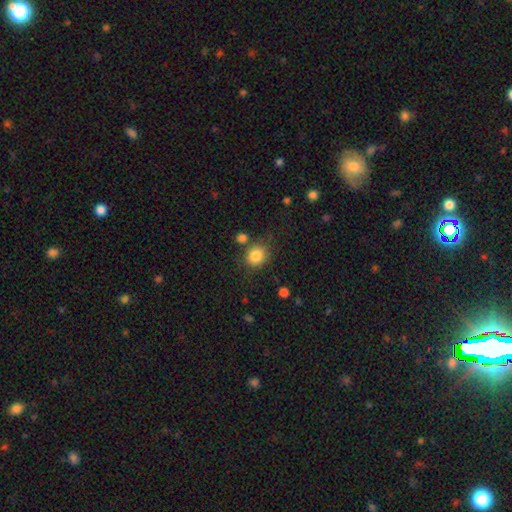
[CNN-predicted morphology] type=smooth (84%); roundness=round (78%); merging=none (74%).